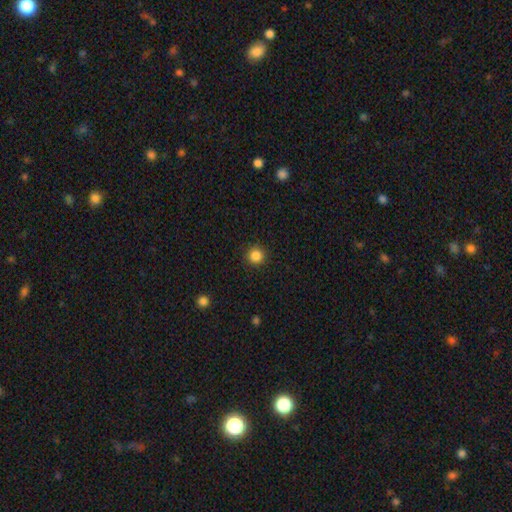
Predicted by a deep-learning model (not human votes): This appears to be a smooth galaxy with no disk features (85%) that is round (94%). Merging: none (91%).